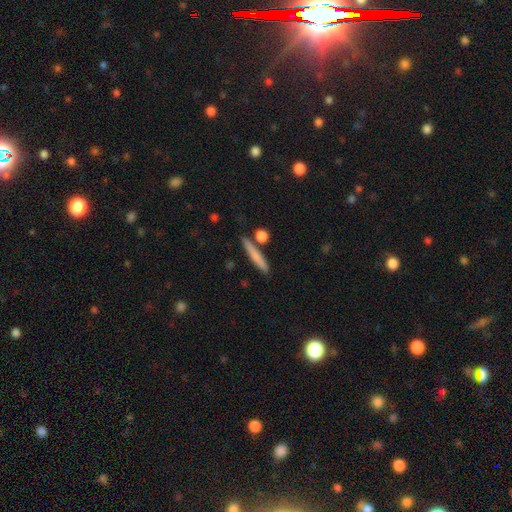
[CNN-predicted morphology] A smooth galaxy with no disk features (73%) that is cigar-shaped (90%).

Vote fractions:
- Smooth or featured? smooth: 73% / featured or disk: 21% / star or artifact: 6%
- How rounded? cigar-shaped: 90% / in between: 6% / round: 3%
- Merging? none: 80% / minor disturbance: 10% / merger: 7% / major disturbance: 3%